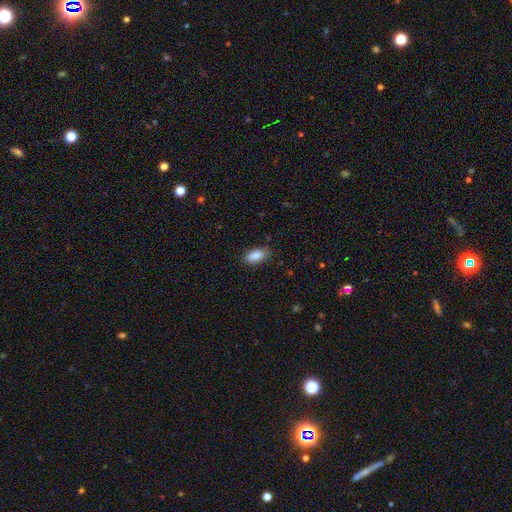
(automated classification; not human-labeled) A smooth galaxy with no disk features (89%) that is in between round and cigar-shaped (89%).

Vote fractions:
- Smooth or featured? smooth: 89% / star or artifact: 7% / featured or disk: 4%
- How rounded? in between: 89% / cigar-shaped: 8% / round: 3%
- Merging? none: 83% / minor disturbance: 13% / major disturbance: 3% / merger: 1%